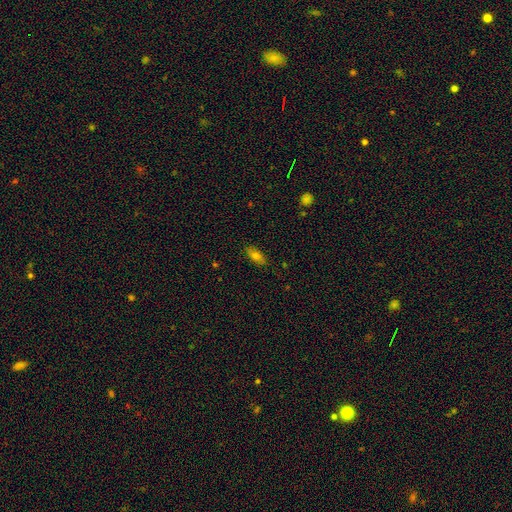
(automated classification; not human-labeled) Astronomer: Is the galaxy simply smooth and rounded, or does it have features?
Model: smooth — 75%.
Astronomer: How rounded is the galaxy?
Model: in between — 82%.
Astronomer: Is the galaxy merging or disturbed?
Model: none — 85%.